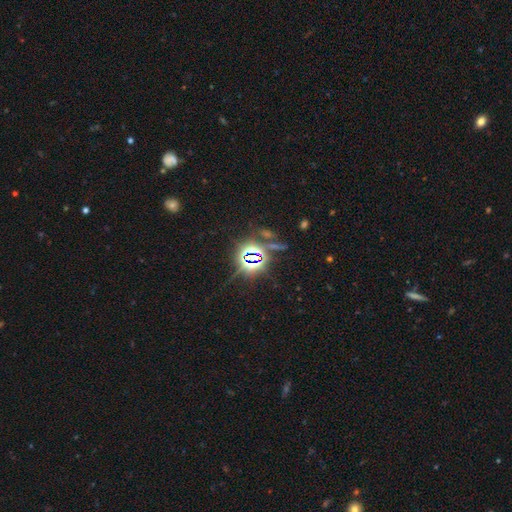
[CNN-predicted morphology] smooth_or_featured: star or artifact (p=0.83) [alt: smooth p=0.10]